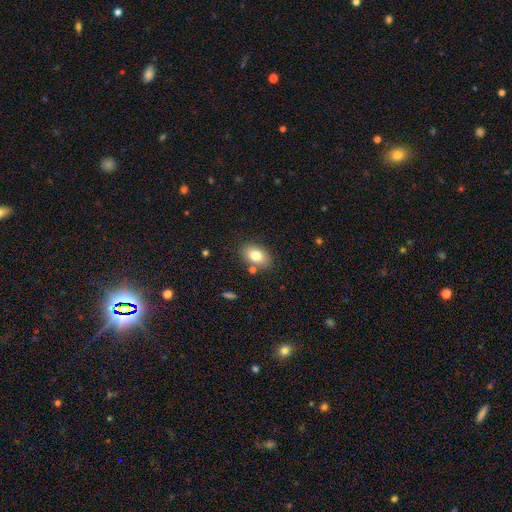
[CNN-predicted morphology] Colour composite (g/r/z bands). It shows a smooth galaxy with no disk features (80%) that is in between round and cigar-shaped (86%). Merging: none (79%).